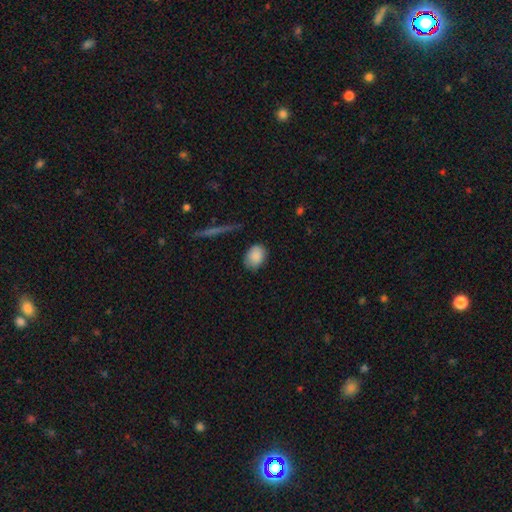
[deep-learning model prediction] This appears to be a smooth galaxy with no disk features (86%) that is in between round and cigar-shaped (63%). Merging: none (74%).